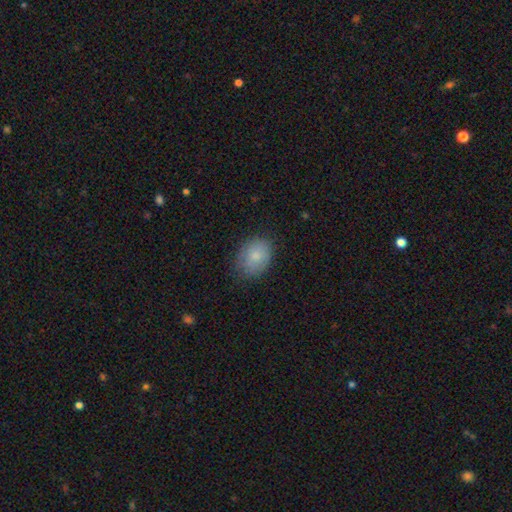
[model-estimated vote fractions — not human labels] A smooth galaxy with no disk features (81%) that is in between round and cigar-shaped (65%). Merging: none (73%).